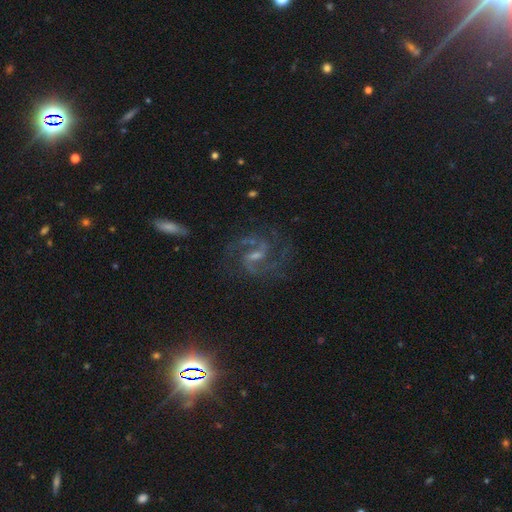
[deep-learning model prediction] smooth_or_featured: featured or disk (p=0.89) [alt: star or artifact p=0.07]
disk_edge_on: no (p=0.98) [alt: yes p=0.02]
bar: weak (p=0.55) [alt: strong p=0.28]
has_spiral_arms: yes (p=0.98) [alt: no p=0.02]
spiral_winding: medium (p=0.64) [alt: loose p=0.19]
spiral_arm_count: 2 (p=0.88) [alt: 3 p=0.04]
bulge_size: small (p=0.50) [alt: moderate p=0.30]
merging: none (p=0.74) [alt: minor disturbance p=0.15]